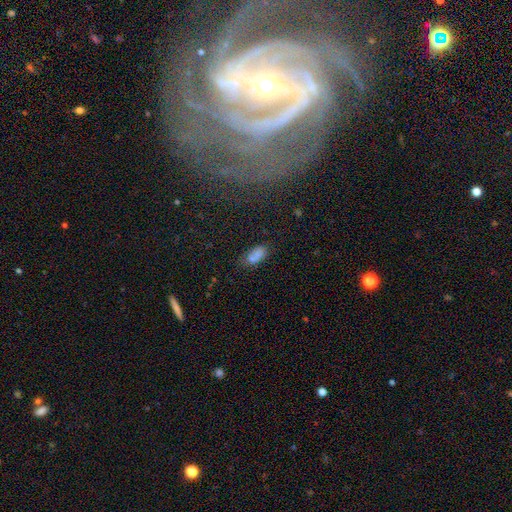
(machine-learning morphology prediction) smooth_or_featured: smooth (p=0.74) [alt: featured or disk p=0.13]
how_rounded: in between (p=0.89) [alt: cigar-shaped p=0.06]
merging: none (p=0.56) [alt: minor disturbance p=0.23]